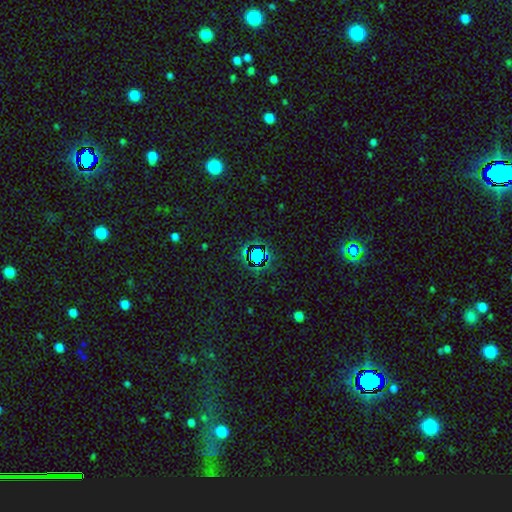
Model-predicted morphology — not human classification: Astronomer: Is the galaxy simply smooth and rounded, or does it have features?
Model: star or artifact — 74%.